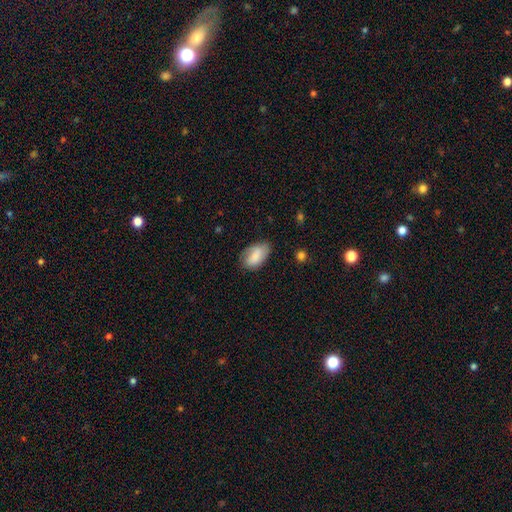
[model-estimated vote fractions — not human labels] Smooth or featured?
  - smooth: 78% *
  - featured or disk: 15%
  - star or artifact: 7%
How rounded?
  - in between: 92% *
  - round: 6%
  - cigar-shaped: 2%
Merging?
  - none: 66% *
  - minor disturbance: 26%
  - major disturbance: 6%
  - merger: 2%